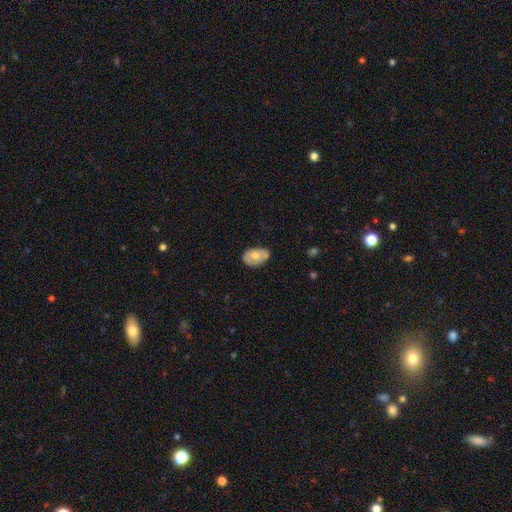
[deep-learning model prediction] Smooth or featured? smooth (60%)
How rounded? in between (87%)
Merging? none (66%)